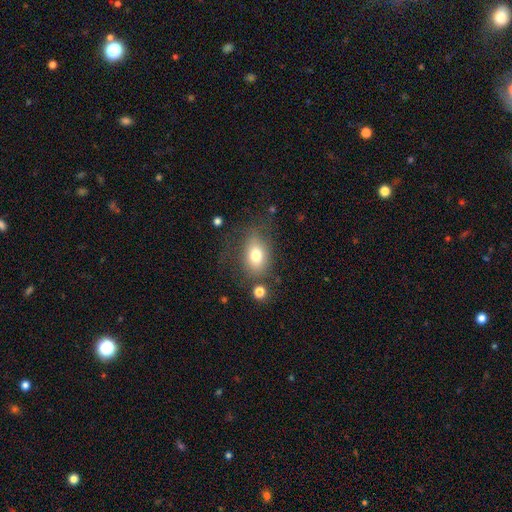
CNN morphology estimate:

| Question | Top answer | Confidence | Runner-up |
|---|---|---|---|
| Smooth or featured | smooth | 74% | featured or disk (16%) |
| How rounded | in between | 79% | round (20%) |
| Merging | none | 65% | minor disturbance (19%) |